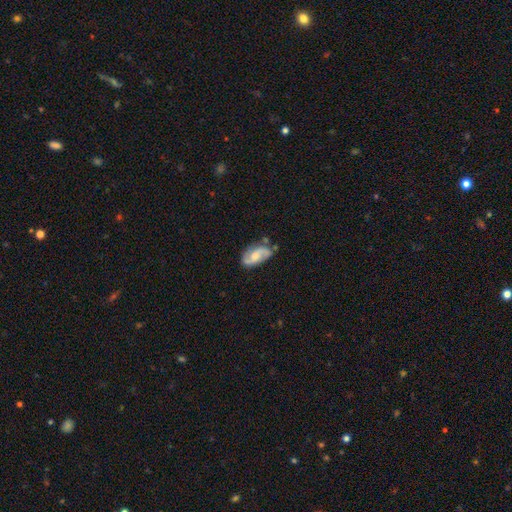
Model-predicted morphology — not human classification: This appears to be a featured or disk galaxy (69%) with no bar (48%), 2 (87%) loose (45%) spiral arms (92%) and a moderate central bulge (40%). Merging: none (60%).